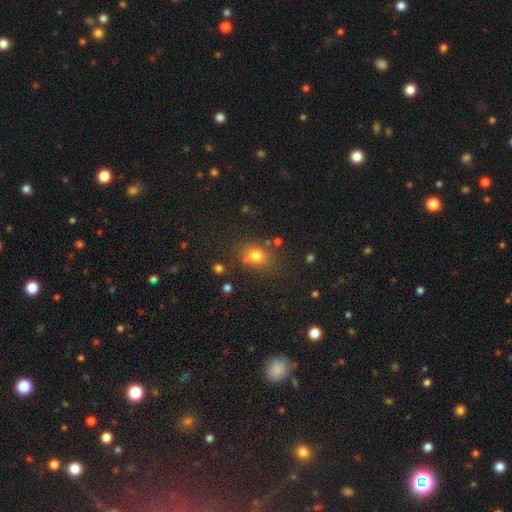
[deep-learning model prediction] Overall: smooth (76%). How rounded: round (50%; in between 49%). Merging: none (71%).